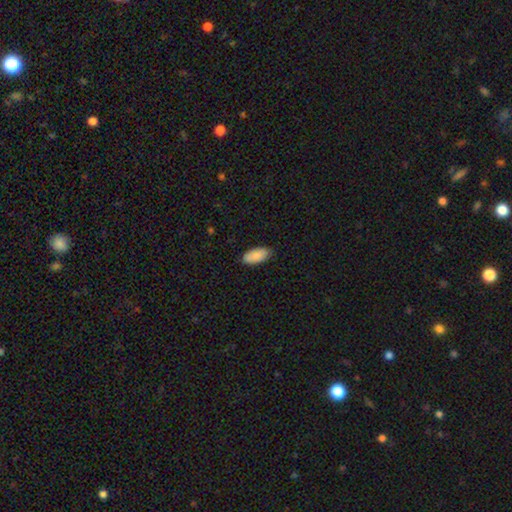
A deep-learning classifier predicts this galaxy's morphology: Smooth or featured?
  - smooth: 89% *
  - star or artifact: 6%
  - featured or disk: 5%
How rounded?
  - in between: 92% *
  - cigar-shaped: 7%
  - round: 2%
Merging?
  - none: 85% *
  - minor disturbance: 11%
  - major disturbance: 2%
  - merger: 1%